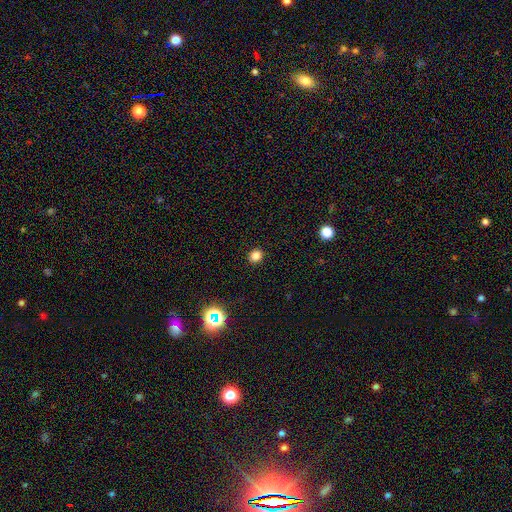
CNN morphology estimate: smooth_or_featured: smooth (p=0.81) [alt: star or artifact p=0.15]
how_rounded: round (p=0.77) [alt: in between p=0.22]
merging: none (p=0.91) [alt: minor disturbance p=0.06]